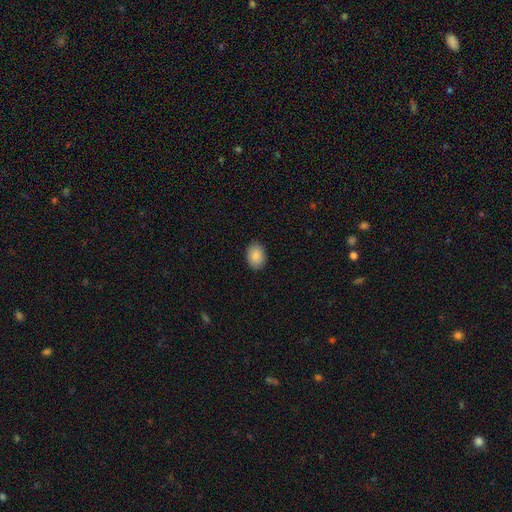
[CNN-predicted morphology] Smooth or featured: smooth — 88% (star or artifact — 7%)
How rounded: in between — 76% (round — 23%)
Merging: none — 89% (minor disturbance — 8%)